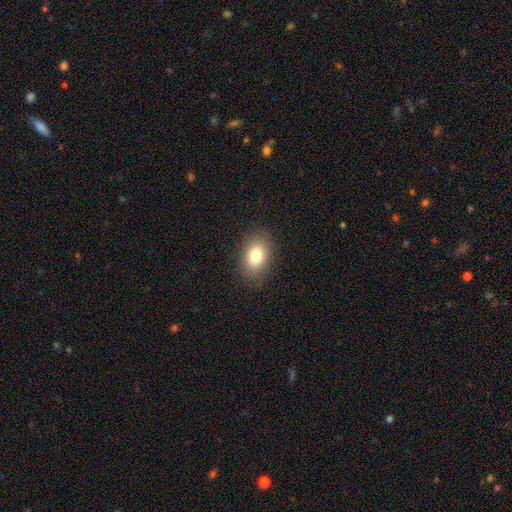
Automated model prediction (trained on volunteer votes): Smooth or featured? smooth (81%)
How rounded? in between (84%)
Merging? none (86%)